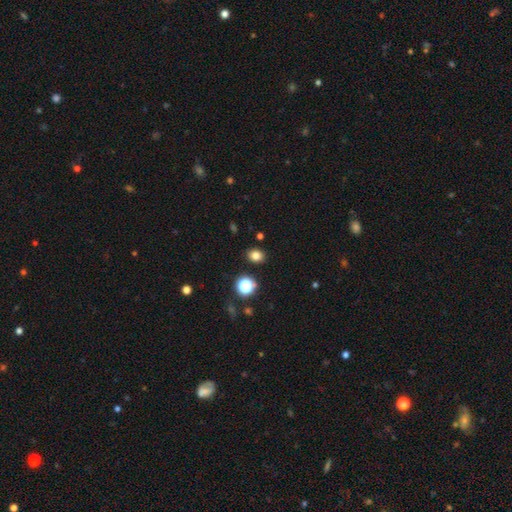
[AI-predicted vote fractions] smooth 79%, star or artifact 15%, featured or disk 6%. Down the decision tree: how rounded — round (51%); merging — none (87%).